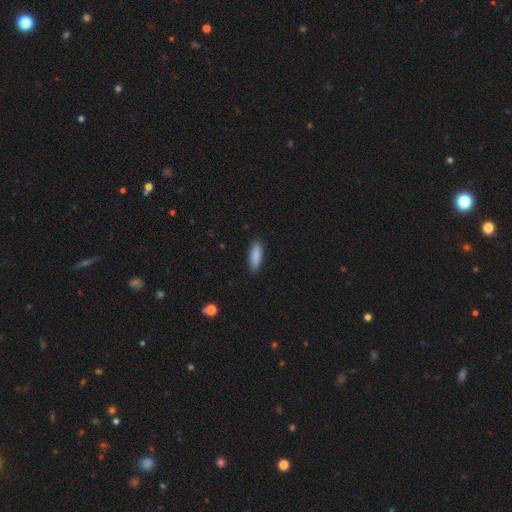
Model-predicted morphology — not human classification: smooth-or-featured: smooth: 88% | star or artifact: 6% | featured or disk: 6%
  how-rounded: in between: 54% | cigar-shaped: 45% | round: 2%
  merging: none: 87% | minor disturbance: 10% | major disturbance: 2% | merger: 1%